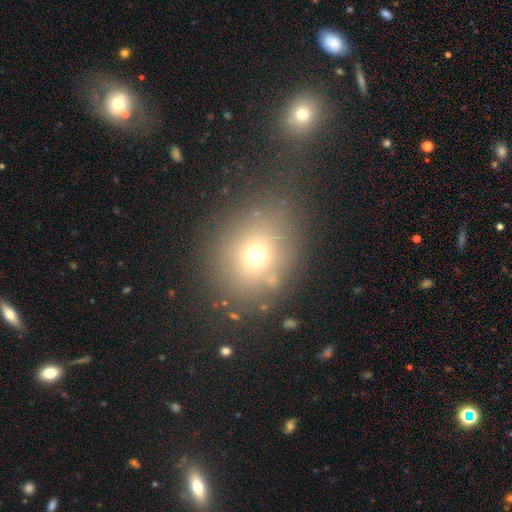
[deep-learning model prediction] This appears to be a smooth galaxy with no disk features (67%) that is round (64%). Merging: none (64%).